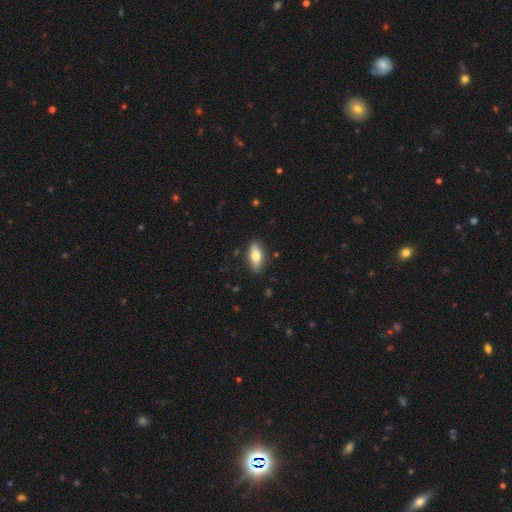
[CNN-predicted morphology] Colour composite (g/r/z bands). It shows a smooth galaxy with no disk features (59%) that is in between round and cigar-shaped (75%). Merging: none (85%).